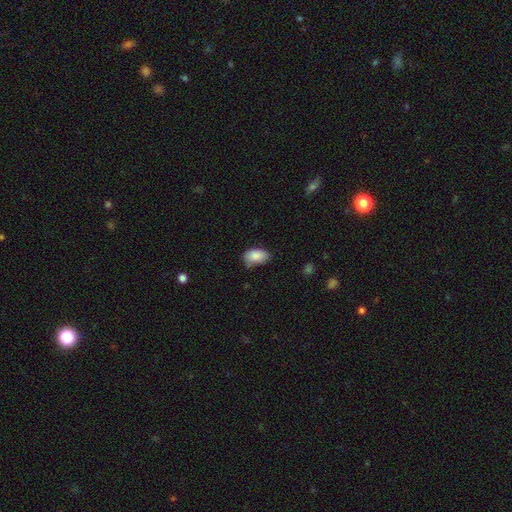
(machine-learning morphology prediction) This is clearly a smooth galaxy (87%). How rounded: clearly in between (92%). Merging: likely none (60%).